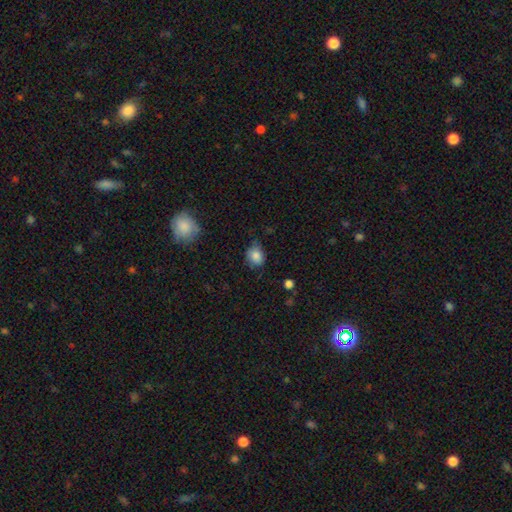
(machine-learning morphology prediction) Smooth or featured?
  - smooth: 84% *
  - star or artifact: 9%
  - featured or disk: 7%
How rounded?
  - round: 63% *
  - in between: 36%
  - cigar-shaped: 1%
Merging?
  - none: 69% *
  - minor disturbance: 24%
  - major disturbance: 5%
  - merger: 2%